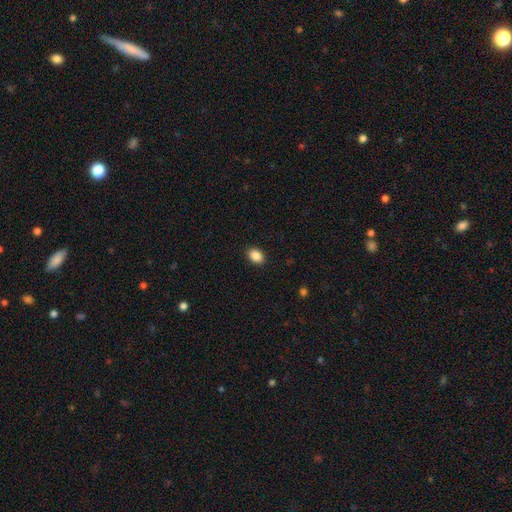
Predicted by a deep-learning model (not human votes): A smooth galaxy with no disk features (89%) that is in between round and cigar-shaped (79%).

Vote fractions:
- Smooth or featured? smooth: 89% / star or artifact: 8% / featured or disk: 3%
- How rounded? in between: 79% / round: 20% / cigar-shaped: 1%
- Merging? none: 91% / minor disturbance: 7% / major disturbance: 2% / merger: 1%